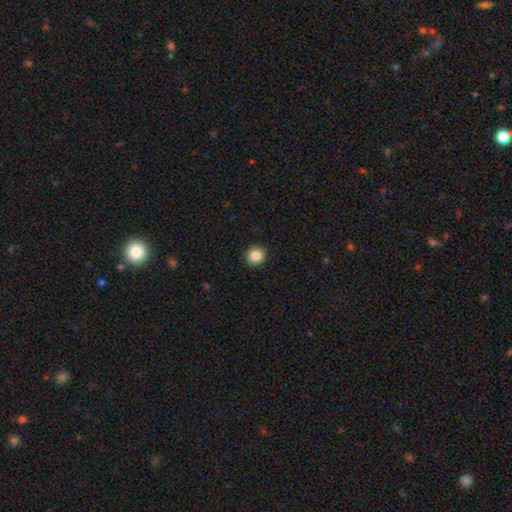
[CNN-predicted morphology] Overall: smooth (86%). How rounded: round (87%). Merging: none (92%).